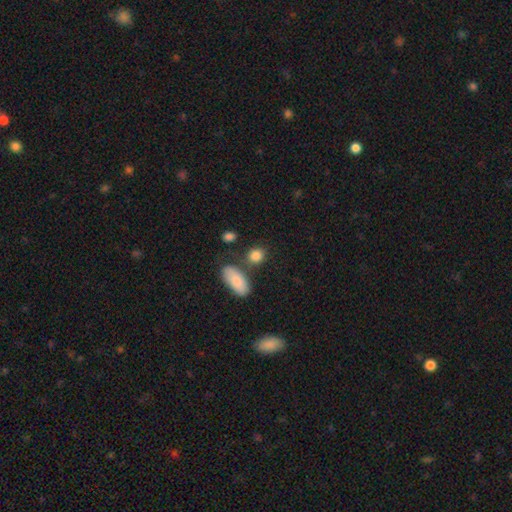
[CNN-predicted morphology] Smooth or featured: smooth — 85% (star or artifact — 8%)
How rounded: round — 60% (in between — 37%)
Merging: none — 68% (minor disturbance — 14%)